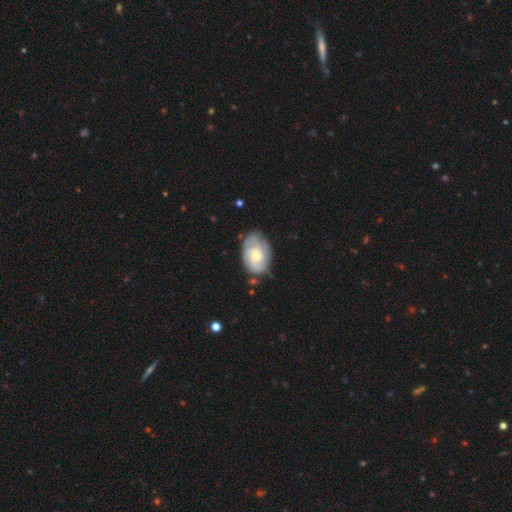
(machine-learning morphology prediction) Smooth or featured: featured or disk — 66% (smooth — 28%)
Edge-on disk: no — 97% (yes — 3%)
Bar: no — 68% (weak — 29%)
Spiral arms: yes — 90% (no — 10%)
Spiral winding: tight — 55% (medium — 34%)
Spiral arm count: can't tell — 34% (2 — 26%)
Bulge size: moderate — 54% (small — 38%)
Merging: none — 68% (minor disturbance — 23%)